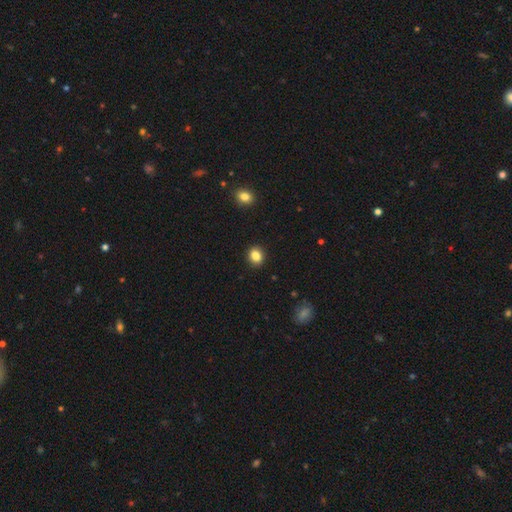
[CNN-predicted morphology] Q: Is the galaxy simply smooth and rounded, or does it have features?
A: smooth — 85%.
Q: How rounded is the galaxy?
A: round — 64%.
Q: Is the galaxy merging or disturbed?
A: none — 91%.